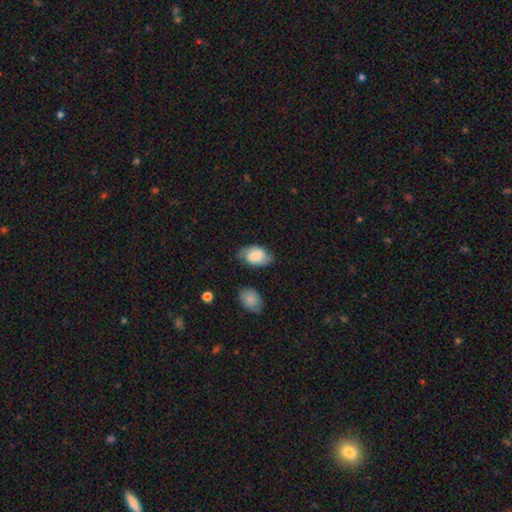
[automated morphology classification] This appears to be a smooth galaxy with no disk features (60%) that is in between round and cigar-shaped (89%). Merging: none (67%).